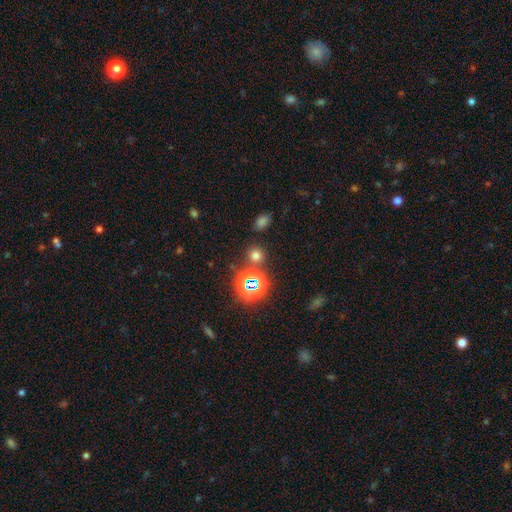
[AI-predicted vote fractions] Q: Smooth or featured?
A: smooth (64%); runner-up: star or artifact (30%)
Q: How rounded?
A: round (85%); runner-up: in between (14%)
Q: Merging?
A: none (82%); runner-up: merger (8%)